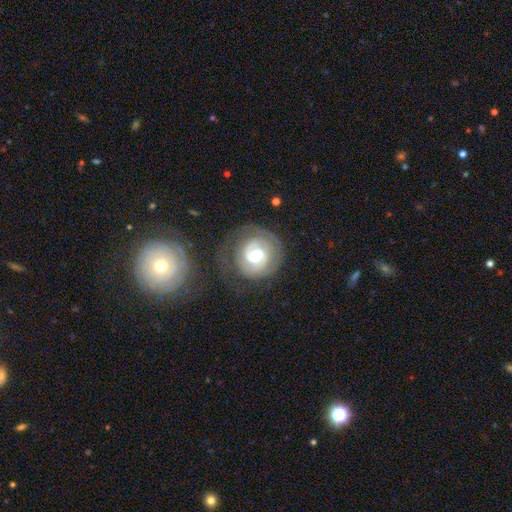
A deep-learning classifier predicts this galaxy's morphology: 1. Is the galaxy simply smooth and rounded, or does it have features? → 73% featured or disk, 20% smooth, 6% star or artifact.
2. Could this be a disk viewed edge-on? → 98% no, 2% yes.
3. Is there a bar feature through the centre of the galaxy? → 50% weak, 32% no, 18% strong.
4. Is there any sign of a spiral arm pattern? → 84% yes, 16% no.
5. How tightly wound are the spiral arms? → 56% tight, 31% medium, 13% loose.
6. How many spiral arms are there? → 47% 2, 23% can't tell, 20% 1, 5% 3, 2% 4, 2% more than 4.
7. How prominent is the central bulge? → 64% moderate, 25% large, 8% small, 2% dominant, 1% none.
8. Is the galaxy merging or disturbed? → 61% none, 18% minor disturbance, 18% major disturbance, 2% merger.